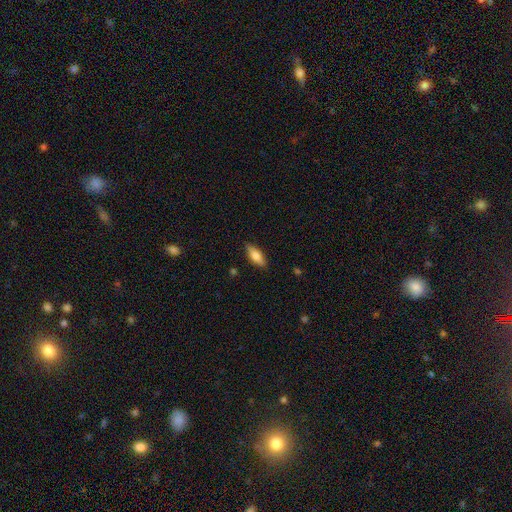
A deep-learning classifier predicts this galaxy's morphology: Smooth or featured? smooth (71%)
How rounded? in between (65%)
Merging? none (86%)